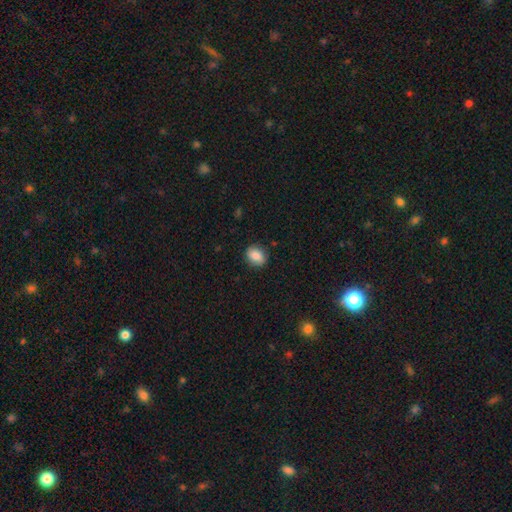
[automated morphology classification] Q: Smooth or featured?
A: smooth (84%); runner-up: star or artifact (8%)
Q: How rounded?
A: in between (50%); runner-up: round (49%)
Q: Merging?
A: none (86%); runner-up: minor disturbance (10%)